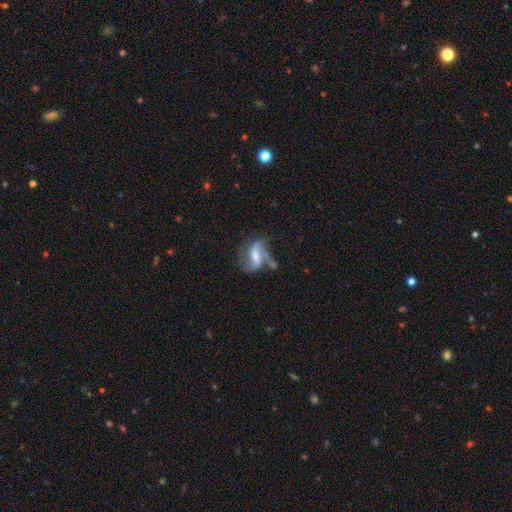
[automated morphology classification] smooth_or_featured: featured or disk (p=0.69) [alt: smooth p=0.23]
disk_edge_on: no (p=0.95) [alt: yes p=0.05]
bar: weak (p=0.43) [alt: strong p=0.35]
has_spiral_arms: yes (p=0.83) [alt: no p=0.17]
spiral_winding: loose (p=0.56) [alt: medium p=0.34]
spiral_arm_count: 2 (p=0.70) [alt: 1 p=0.11]
bulge_size: moderate (p=0.42) [alt: small p=0.34]
merging: none (p=0.34) [alt: major disturbance p=0.28]